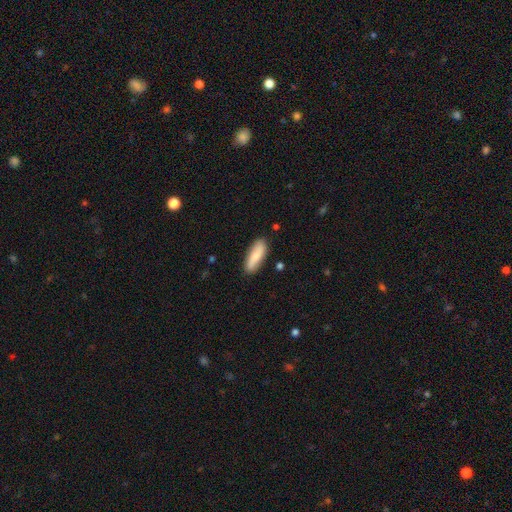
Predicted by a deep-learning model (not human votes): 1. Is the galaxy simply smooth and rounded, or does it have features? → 72% smooth, 22% featured or disk, 6% star or artifact.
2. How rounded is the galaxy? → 54% in between, 44% cigar-shaped, 2% round.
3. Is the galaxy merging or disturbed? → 85% none, 11% minor disturbance, 2% major disturbance, 2% merger.